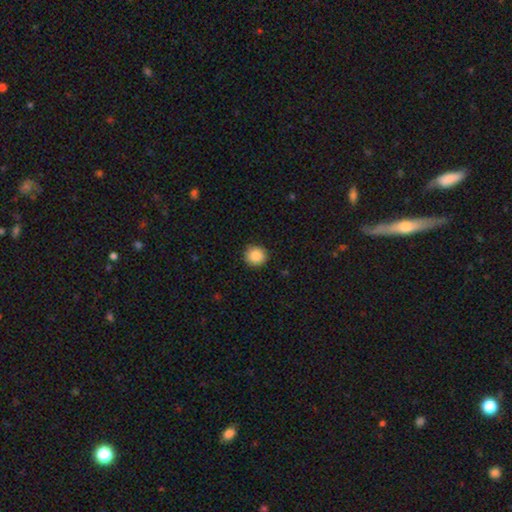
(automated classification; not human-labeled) Q: Smooth or featured?
A: smooth (87%); runner-up: star or artifact (8%)
Q: How rounded?
A: round (93%); runner-up: in between (6%)
Q: Merging?
A: none (91%); runner-up: minor disturbance (6%)